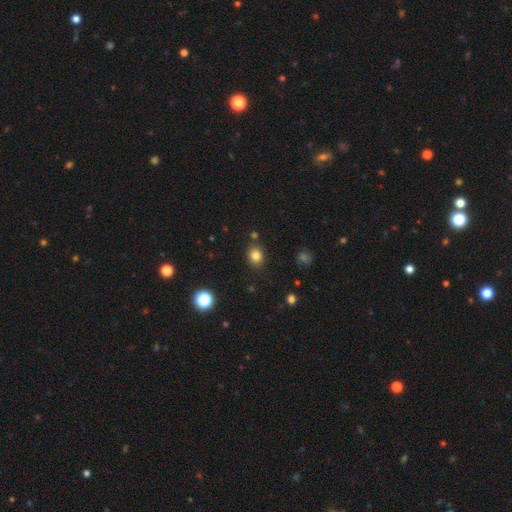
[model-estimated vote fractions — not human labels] A smooth galaxy with no disk features (81%) that is round (62%).

Vote fractions:
- Smooth or featured? smooth: 81% / star or artifact: 13% / featured or disk: 6%
- How rounded? round: 62% / in between: 37% / cigar-shaped: 1%
- Merging? none: 83% / minor disturbance: 10% / merger: 4% / major disturbance: 3%